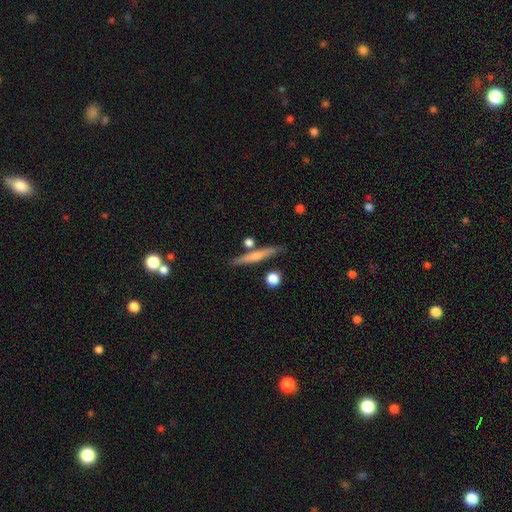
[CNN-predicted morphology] Overall: smooth (54%; featured or disk 40%). How rounded: cigar-shaped (91%). Merging: none (79%).